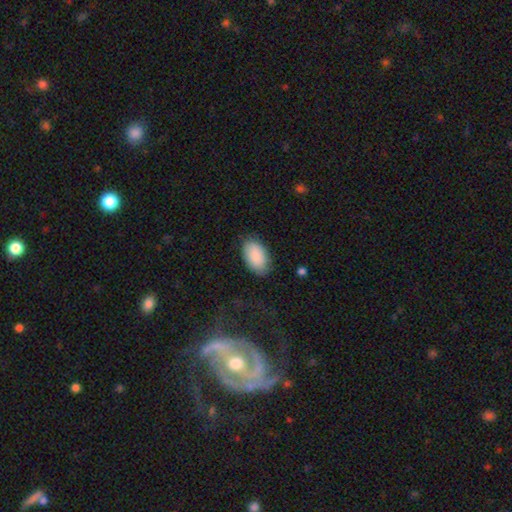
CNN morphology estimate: smooth_or_featured: smooth (p=0.89) [alt: star or artifact p=0.06]
how_rounded: in between (p=0.94) [alt: round p=0.04]
merging: none (p=0.80) [alt: minor disturbance p=0.15]